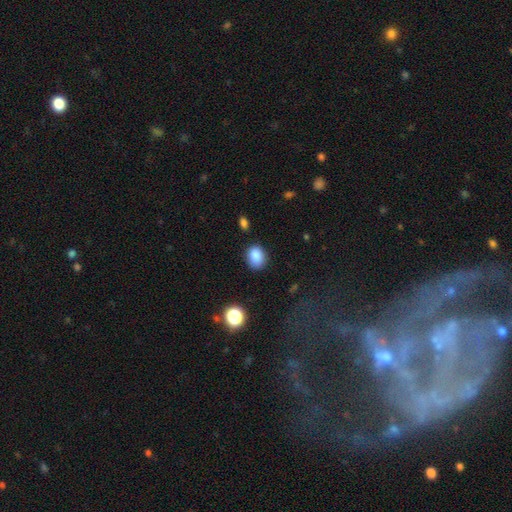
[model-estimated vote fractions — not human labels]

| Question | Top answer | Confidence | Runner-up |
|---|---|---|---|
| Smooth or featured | smooth | 86% | star or artifact (10%) |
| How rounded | in between | 56% | round (43%) |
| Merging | none | 79% | minor disturbance (15%) |